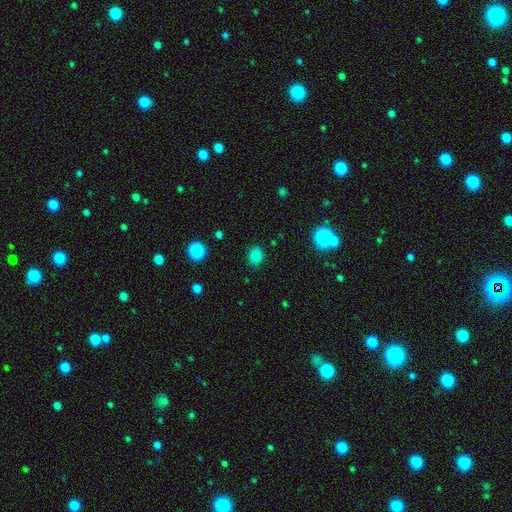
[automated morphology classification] smooth-or-featured: smooth: 81% | star or artifact: 14% | featured or disk: 5%
  how-rounded: round: 66% | in between: 33% | cigar-shaped: 1%
  merging: none: 87% | minor disturbance: 9% | major disturbance: 3% | merger: 1%